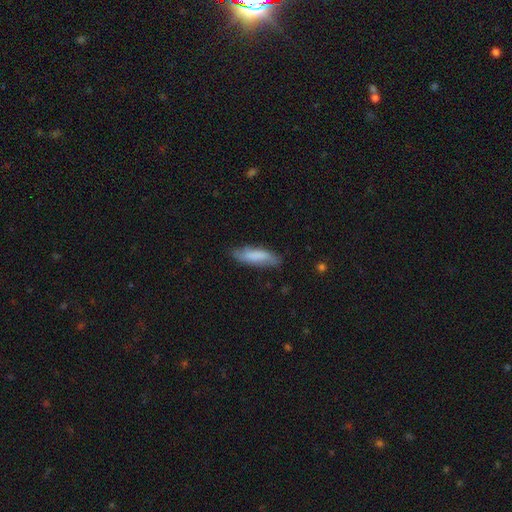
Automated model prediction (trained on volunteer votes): Smooth or featured? Predicted: smooth (p=0.74). How rounded? Predicted: cigar-shaped (p=0.52). Merging? Predicted: none (p=0.74).